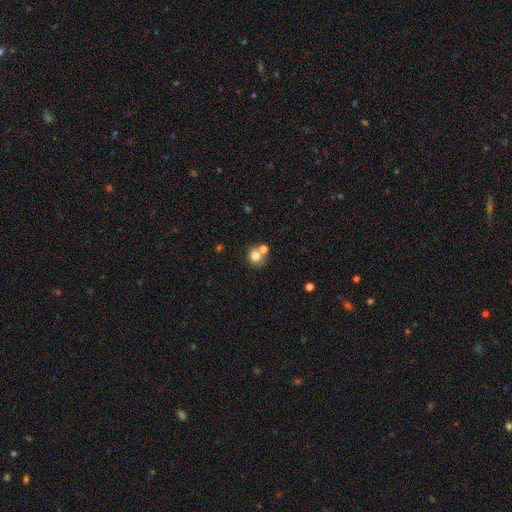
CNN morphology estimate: This appears to be a smooth galaxy with no disk features (76%) that is round (84%). Merging: none (51%).